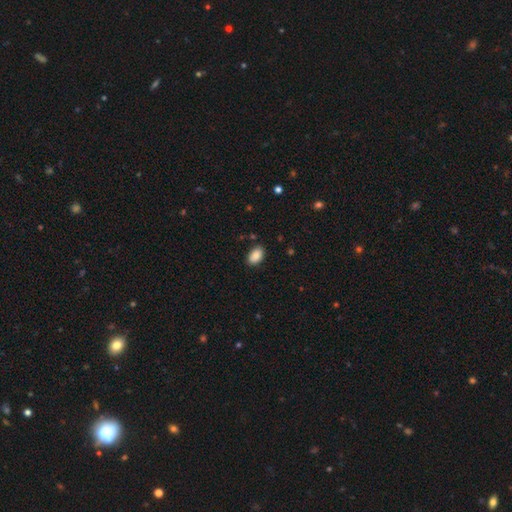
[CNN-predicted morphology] This is clearly a smooth galaxy (88%). How rounded: clearly in between (92%). Merging: clearly none (85%).